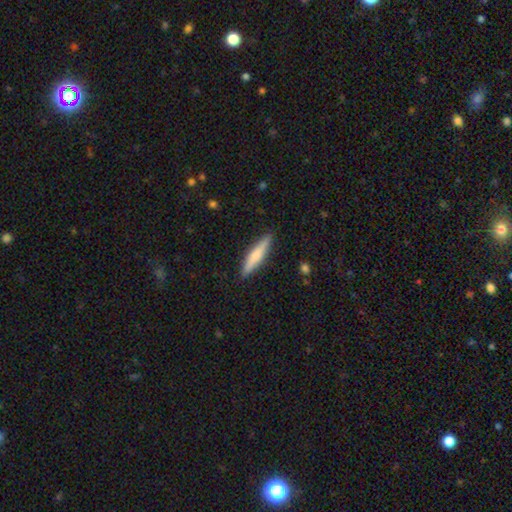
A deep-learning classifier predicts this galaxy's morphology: The model was most divided on "smooth or featured": smooth: 60%, featured or disk: 34%, star or artifact: 6%. More confident: merging — none (90%); how rounded — cigar-shaped (88%).